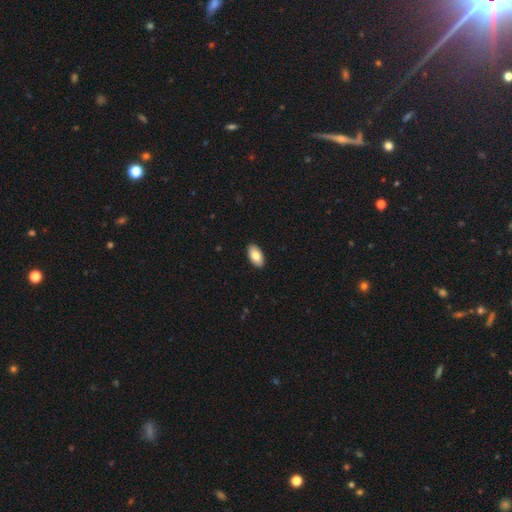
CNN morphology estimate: Smooth or featured? smooth (82%)
How rounded? in between (95%)
Merging? none (91%)